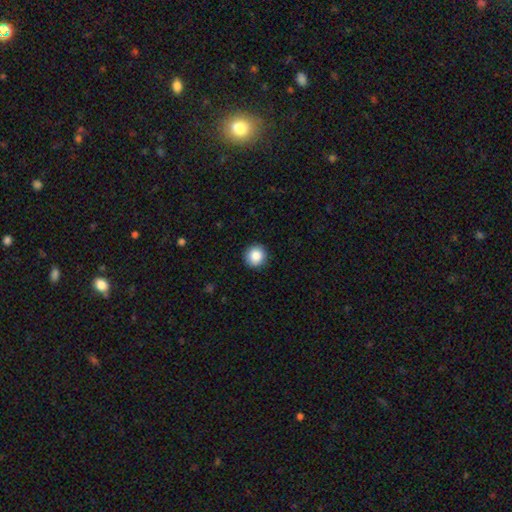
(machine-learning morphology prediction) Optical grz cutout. It shows a smooth galaxy with no disk features (86%) that is round (94%). Merging: none (92%).